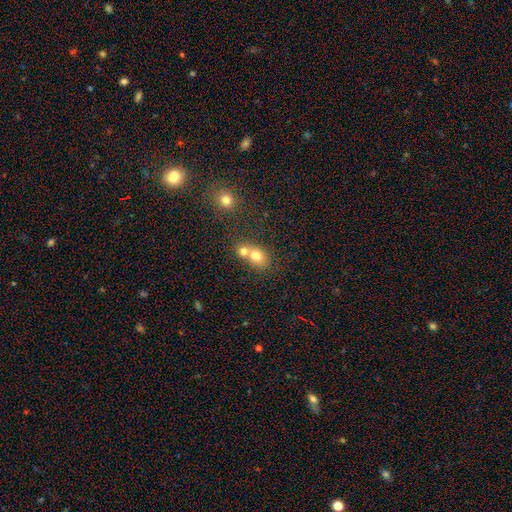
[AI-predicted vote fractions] A smooth galaxy with no disk features (75%) that is round (57%). Merging: merger (60%).